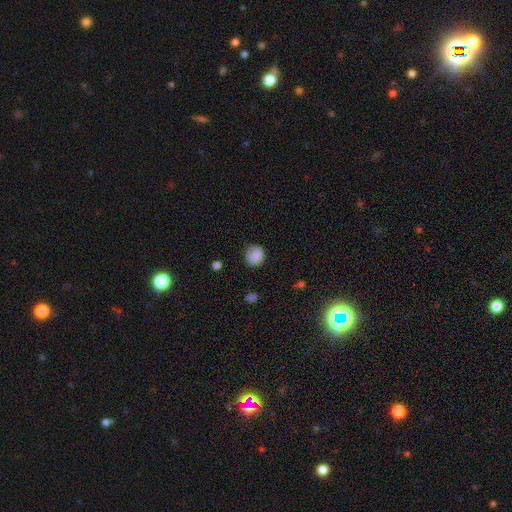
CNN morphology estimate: A smooth galaxy with no disk features (85%) that is round (78%).

Vote fractions:
- Smooth or featured? smooth: 85% / star or artifact: 9% / featured or disk: 6%
- How rounded? round: 78% / in between: 21% / cigar-shaped: 1%
- Merging? none: 75% / minor disturbance: 19% / major disturbance: 5% / merger: 1%